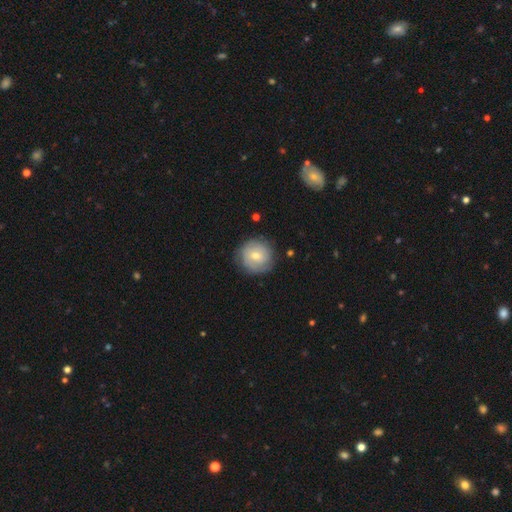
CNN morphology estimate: smooth 51%, featured or disk 42%, star or artifact 7%. Down the decision tree: how rounded — round (93%); merging — none (81%).